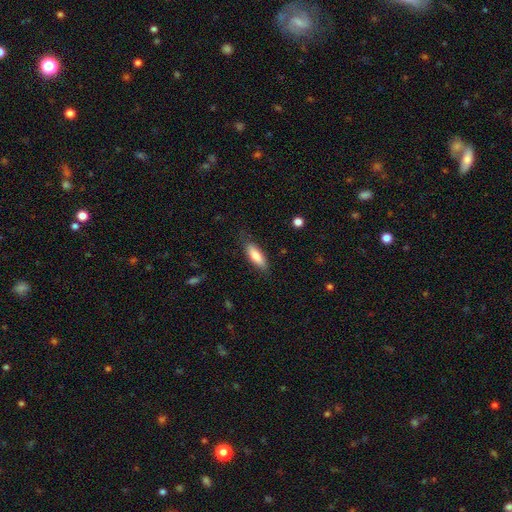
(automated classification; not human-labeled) This appears to be a smooth galaxy with no disk features (79%) that is in between round and cigar-shaped (59%). Merging: none (79%).